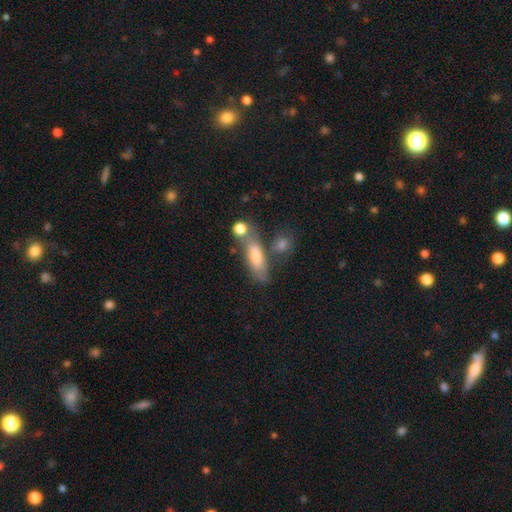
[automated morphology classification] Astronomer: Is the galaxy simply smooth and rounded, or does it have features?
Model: smooth — 63%.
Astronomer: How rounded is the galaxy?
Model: in between — 52% (runner-up: cigar-shaped, 44%).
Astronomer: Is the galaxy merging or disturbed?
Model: none — 49% (runner-up: merger, 27%).